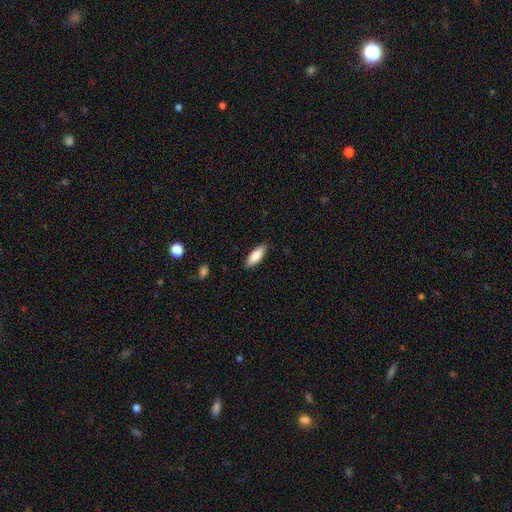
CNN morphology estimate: Smooth or featured: smooth — 84% (featured or disk — 10%)
How rounded: in between — 66% (cigar-shaped — 32%)
Merging: none — 87% (minor disturbance — 10%)